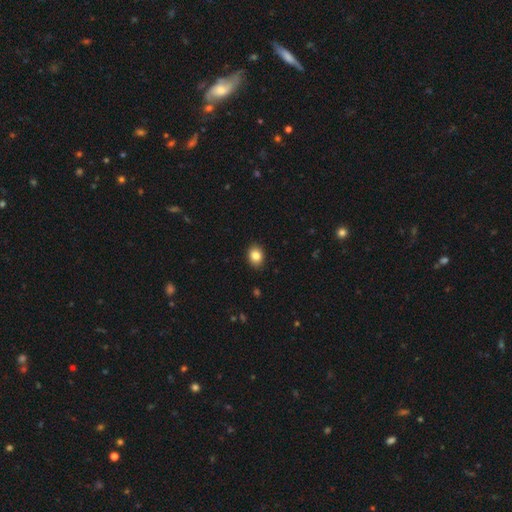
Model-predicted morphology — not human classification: smooth 84%, star or artifact 9%, featured or disk 6%. Down the decision tree: how rounded — in between (56%); merging — none (90%).